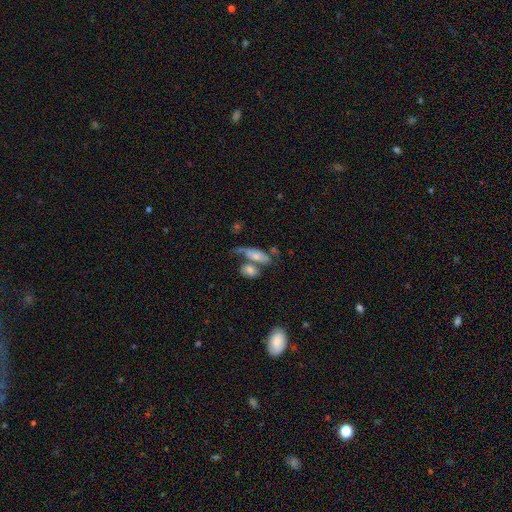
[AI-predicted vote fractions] Morphology: type=smooth (59%); roundness=in between (73%); merging=merger (45%).